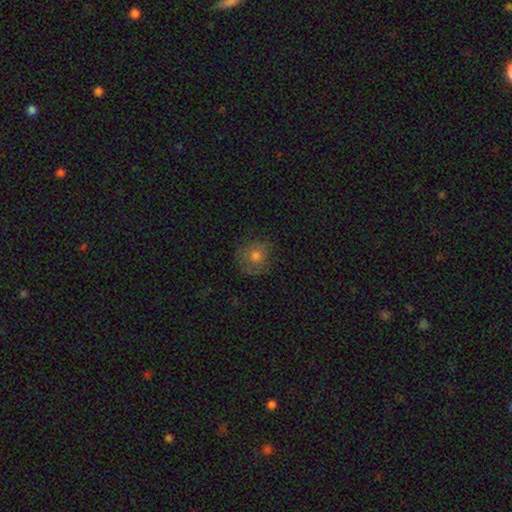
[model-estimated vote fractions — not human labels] The model was most divided on "smooth or featured": smooth: 68%, featured or disk: 19%, star or artifact: 13%. More confident: how rounded — round (85%); merging — none (72%).